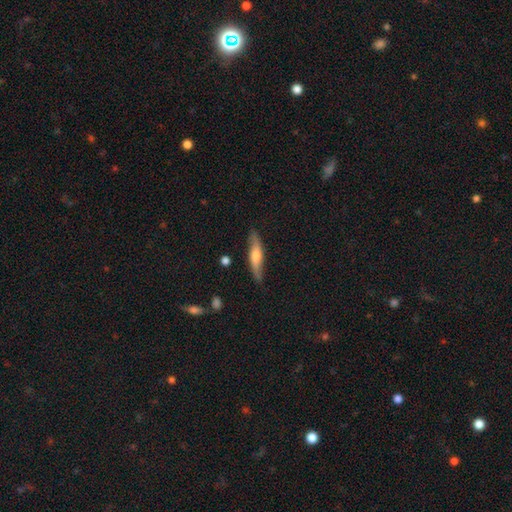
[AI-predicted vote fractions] smooth_or_featured: featured or disk (p=0.49) [alt: smooth p=0.45]
merging: none (p=0.81) [alt: minor disturbance p=0.15]